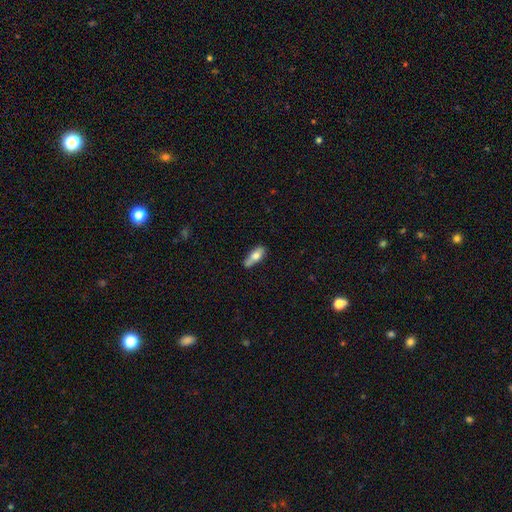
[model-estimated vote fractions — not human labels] Morphology: type=smooth (65%); roundness=in between (70%); merging=none (63%).